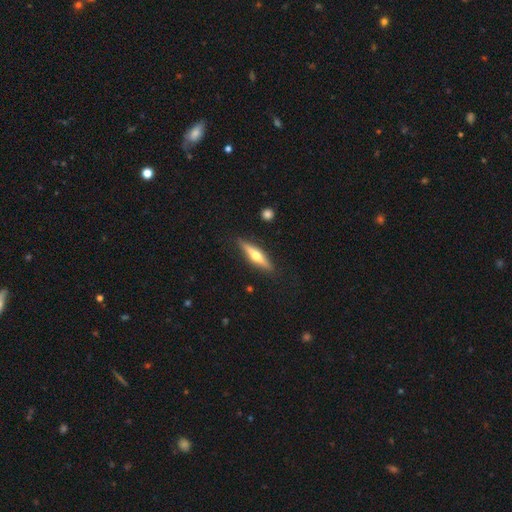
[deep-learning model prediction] Smooth or featured: featured or disk — 59% (smooth — 35%)
Edge-on disk: yes — 95% (no — 5%)
Edge-on bulge: rounded — 92% (none — 4%)
Merging: none — 88% (minor disturbance — 9%)